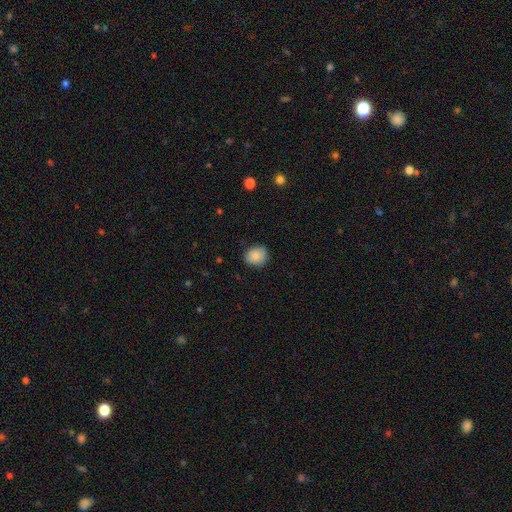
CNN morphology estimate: A smooth galaxy with no disk features (86%) that is round (67%). Merging: none (83%).